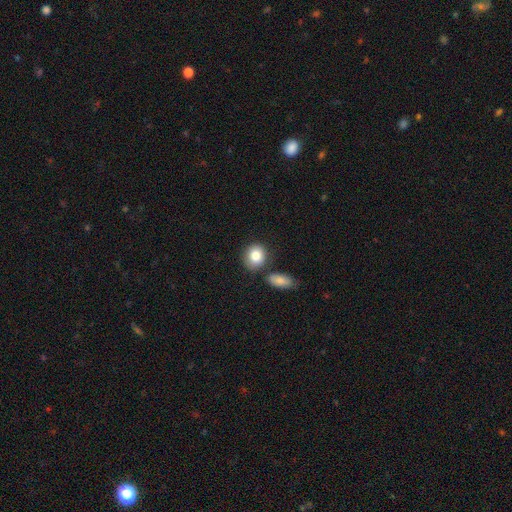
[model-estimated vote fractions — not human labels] smooth 83%, featured or disk 10%, star or artifact 7%. Down the decision tree: how rounded — round (64%); merging — none (67%).